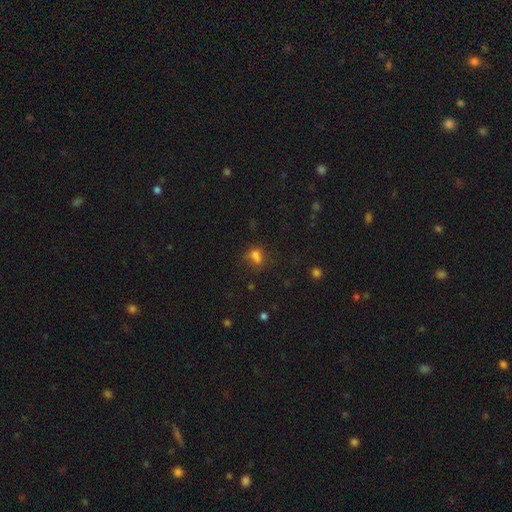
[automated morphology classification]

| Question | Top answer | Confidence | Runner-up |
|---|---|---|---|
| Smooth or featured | smooth | 70% | star or artifact (18%) |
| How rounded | in between | 57% | round (40%) |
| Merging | none | 46% | merger (22%) |